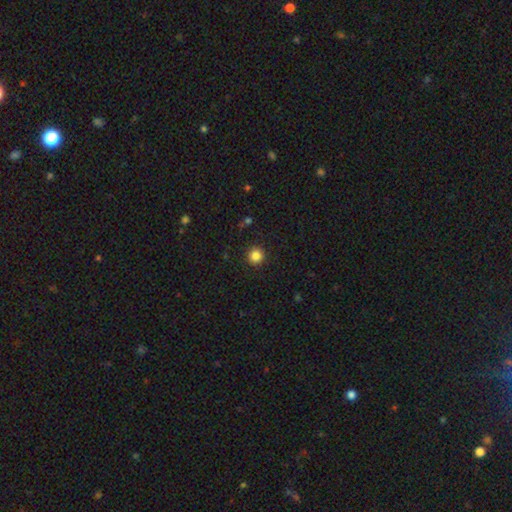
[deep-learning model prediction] Q: Smooth or featured?
A: smooth (84%); runner-up: star or artifact (12%)
Q: How rounded?
A: round (95%); runner-up: in between (4%)
Q: Merging?
A: none (92%); runner-up: minor disturbance (5%)